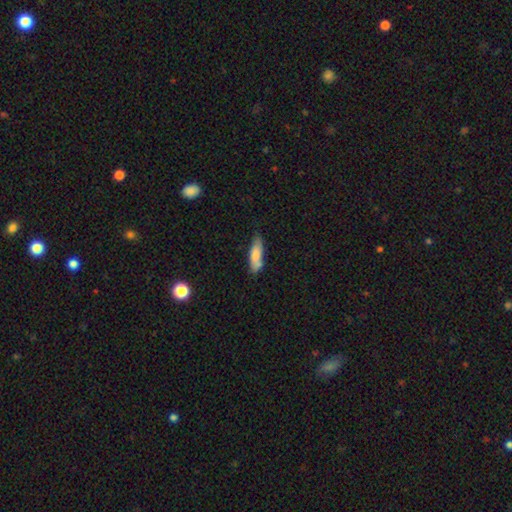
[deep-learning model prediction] smooth 79%, featured or disk 15%, star or artifact 6%. Down the decision tree: how rounded — in between (50%); merging — none (63%).